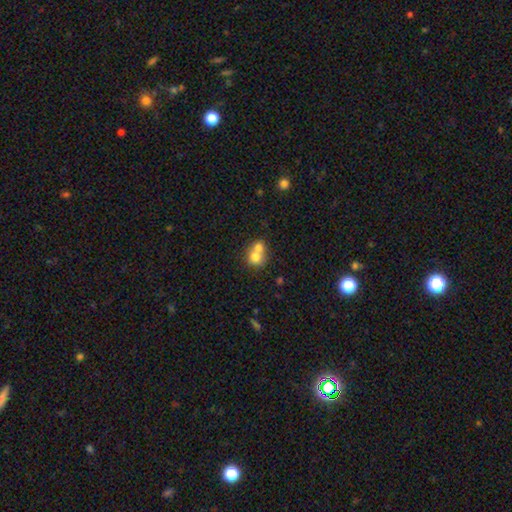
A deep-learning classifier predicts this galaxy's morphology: This appears to be a smooth galaxy with no disk features (71%) that is round (76%). Merging: merger (64%).